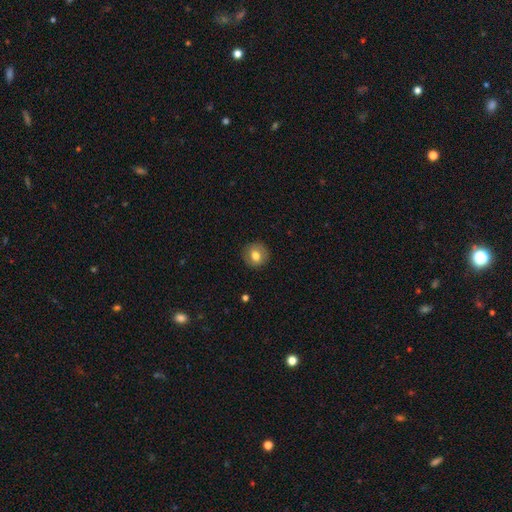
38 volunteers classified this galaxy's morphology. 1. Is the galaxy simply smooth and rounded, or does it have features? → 74% smooth, 21% featured or disk, 5% star or artifact.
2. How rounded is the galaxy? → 82% round, 18% in between, 0% cigar-shaped.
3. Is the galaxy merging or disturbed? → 86% none, 11% minor disturbance, 3% major disturbance, 0% merger.